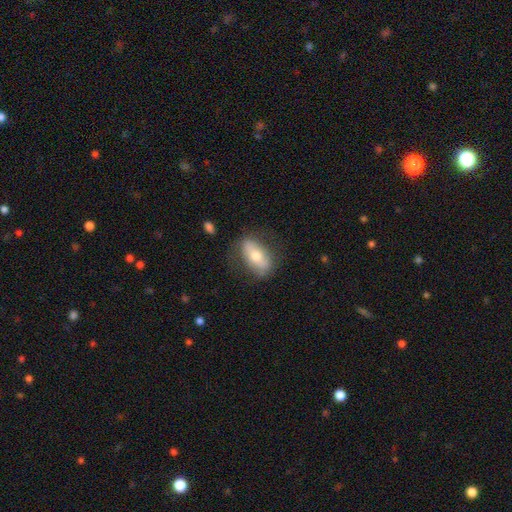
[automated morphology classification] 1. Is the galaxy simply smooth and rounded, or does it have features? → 57% smooth, 37% featured or disk, 7% star or artifact.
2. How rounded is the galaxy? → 82% in between, 12% cigar-shaped, 5% round.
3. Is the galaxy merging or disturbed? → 75% none, 17% minor disturbance, 6% major disturbance, 2% merger.